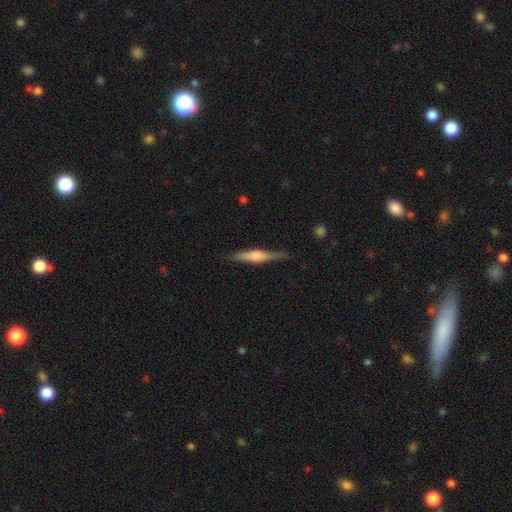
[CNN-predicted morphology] Smooth or featured?
  - featured or disk: 61% *
  - smooth: 34%
  - star or artifact: 6%
Edge-on disk?
  - yes: 97% *
  - no: 3%
Edge-on bulge?
  - rounded: 67% *
  - boxy: 24%
  - none: 9%
Merging?
  - none: 86% *
  - minor disturbance: 10%
  - major disturbance: 2%
  - merger: 1%